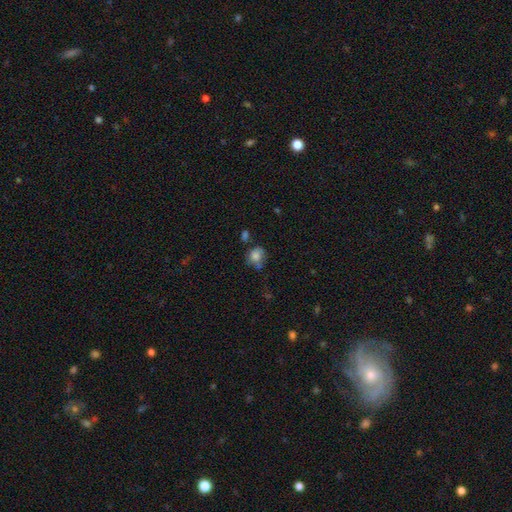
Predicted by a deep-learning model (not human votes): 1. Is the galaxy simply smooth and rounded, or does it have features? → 76% smooth, 14% featured or disk, 10% star or artifact.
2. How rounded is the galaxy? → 61% round, 38% in between, 1% cigar-shaped.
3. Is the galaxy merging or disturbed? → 48% none, 28% minor disturbance, 13% merger, 11% major disturbance.